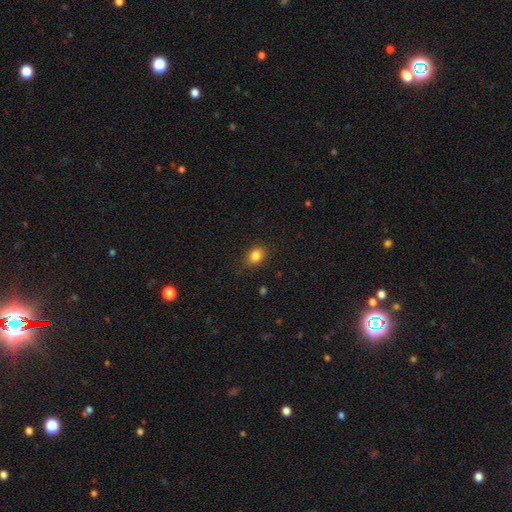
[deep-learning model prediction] Smooth or featured? Predicted: smooth (p=0.84). How rounded? Predicted: in between (p=0.60). Merging? Predicted: none (p=0.83).